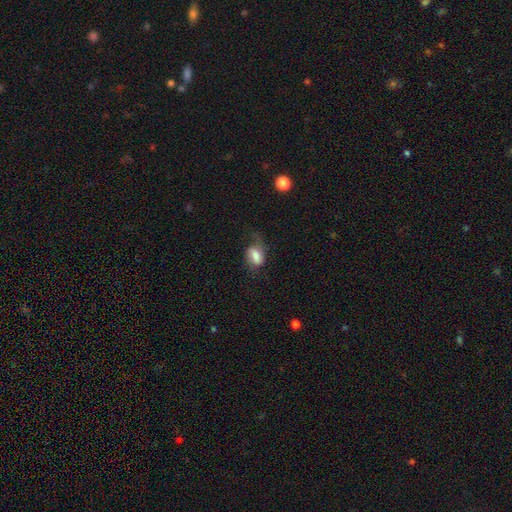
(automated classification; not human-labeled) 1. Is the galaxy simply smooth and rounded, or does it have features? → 59% smooth, 33% featured or disk, 8% star or artifact.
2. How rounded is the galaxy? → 81% in between, 16% round, 2% cigar-shaped.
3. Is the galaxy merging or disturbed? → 43% none, 28% minor disturbance, 26% major disturbance, 2% merger.